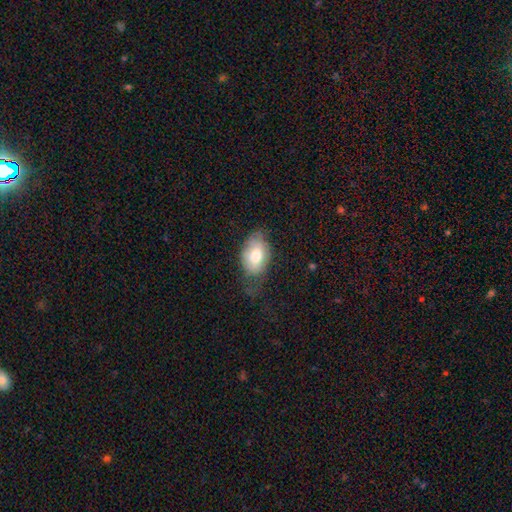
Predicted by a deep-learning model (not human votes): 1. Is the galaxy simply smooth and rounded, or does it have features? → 73% smooth, 20% featured or disk, 7% star or artifact.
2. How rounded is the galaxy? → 85% in between, 14% round, 1% cigar-shaped.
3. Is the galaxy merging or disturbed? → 48% none, 33% minor disturbance, 18% major disturbance, 2% merger.